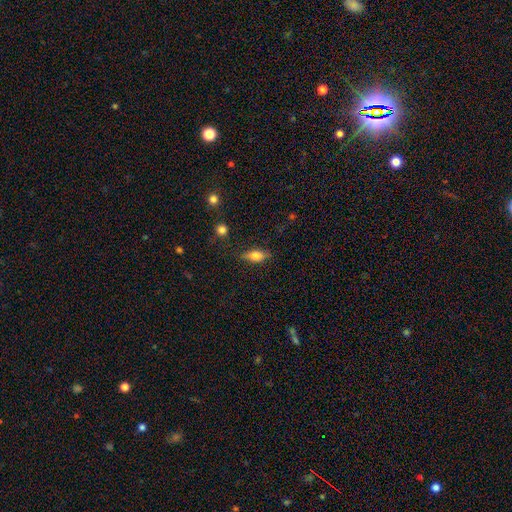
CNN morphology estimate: type=smooth (72%); roundness=in between (79%); merging=none (74%).